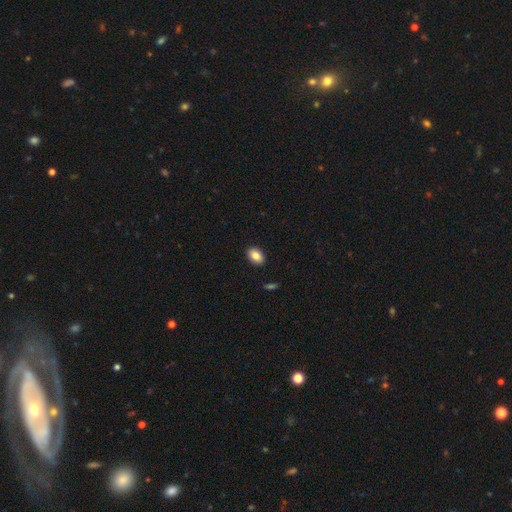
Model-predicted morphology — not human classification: Smooth or featured? smooth (86%)
How rounded? in between (85%)
Merging? none (90%)